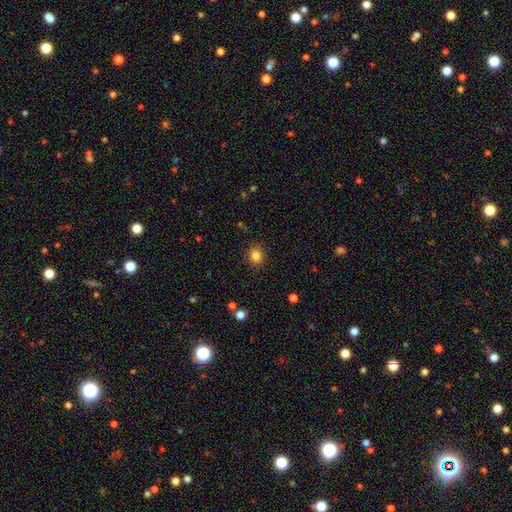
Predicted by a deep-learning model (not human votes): This is clearly a smooth galaxy (83%). How rounded: likely round (73%). Merging: clearly none (87%).